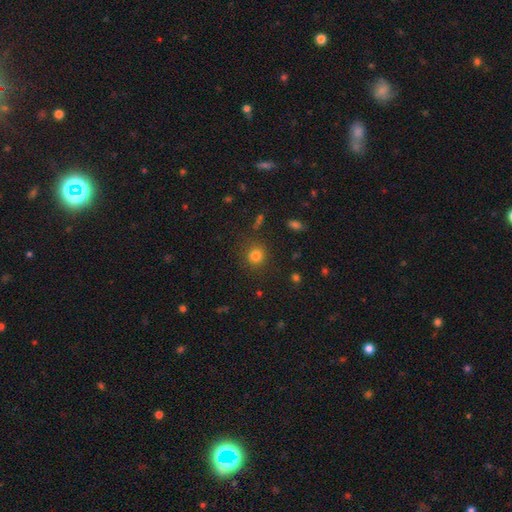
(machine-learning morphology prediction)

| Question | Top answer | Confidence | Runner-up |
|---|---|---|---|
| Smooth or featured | smooth | 81% | star or artifact (14%) |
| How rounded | round | 88% | in between (11%) |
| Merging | none | 84% | minor disturbance (10%) |